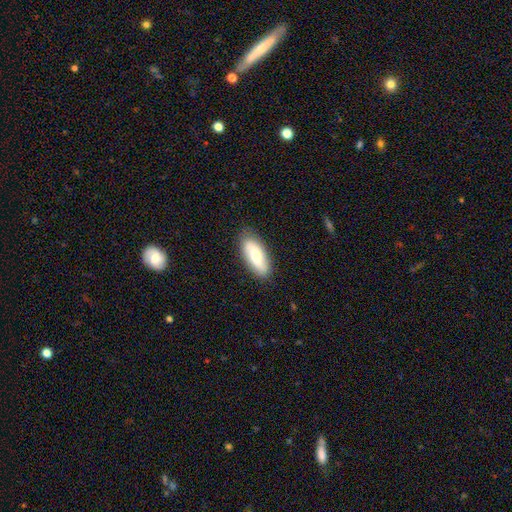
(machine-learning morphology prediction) Smooth or featured?
  - smooth: 67% *
  - featured or disk: 27%
  - star or artifact: 6%
How rounded?
  - in between: 79% *
  - cigar-shaped: 18%
  - round: 2%
Merging?
  - none: 84% *
  - minor disturbance: 13%
  - major disturbance: 2%
  - merger: 1%